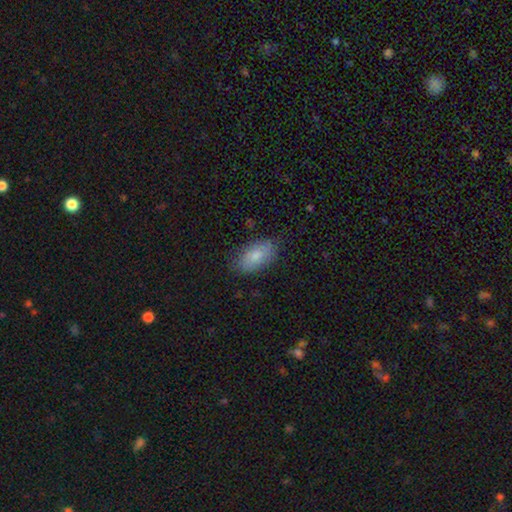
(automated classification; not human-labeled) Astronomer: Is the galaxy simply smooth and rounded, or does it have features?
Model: smooth — 81%.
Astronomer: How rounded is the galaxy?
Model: in between — 93%.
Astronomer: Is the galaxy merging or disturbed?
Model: none — 78%.